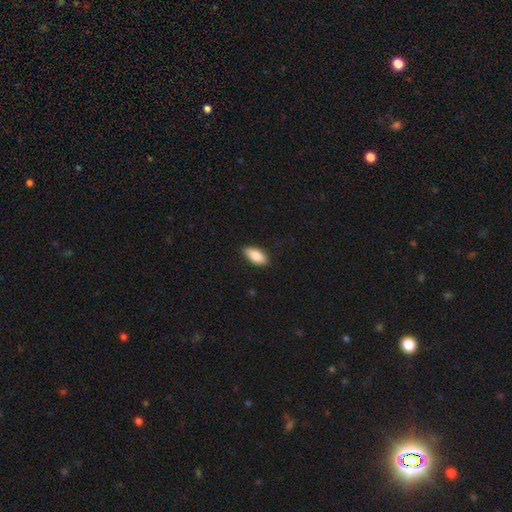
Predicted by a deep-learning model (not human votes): smooth_or_featured: smooth (p=0.87) [alt: featured or disk p=0.07]
how_rounded: in between (p=0.89) [alt: cigar-shaped p=0.09]
merging: none (p=0.85) [alt: minor disturbance p=0.12]